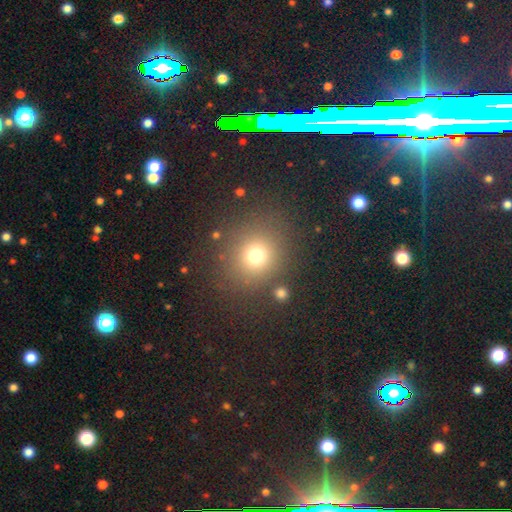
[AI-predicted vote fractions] A smooth galaxy with no disk features (73%) that is round (88%).

Vote fractions:
- Smooth or featured? smooth: 73% / star or artifact: 19% / featured or disk: 8%
- How rounded? round: 88% / in between: 11% / cigar-shaped: 1%
- Merging? none: 82% / minor disturbance: 8% / major disturbance: 5% / merger: 4%